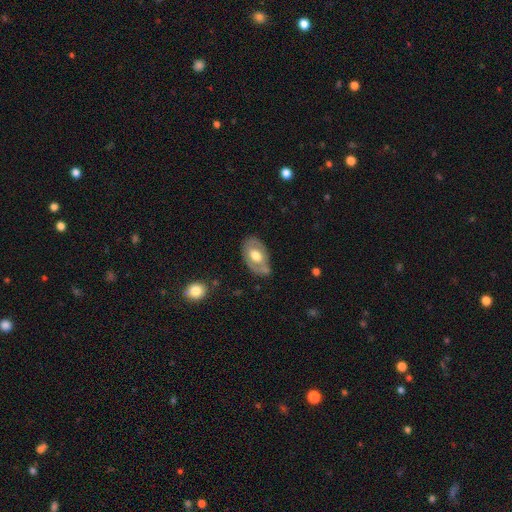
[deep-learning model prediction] A featured or disk galaxy (49%). Merging: none (67%).